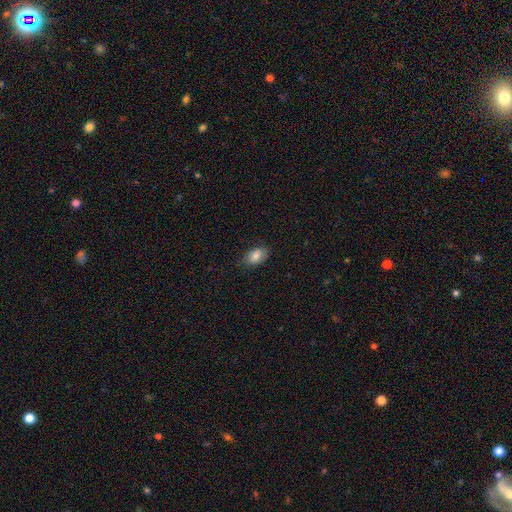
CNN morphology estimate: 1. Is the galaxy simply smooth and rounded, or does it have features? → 81% smooth, 11% featured or disk, 8% star or artifact.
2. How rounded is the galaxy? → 90% in between, 8% round, 2% cigar-shaped.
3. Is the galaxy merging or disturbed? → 80% none, 16% minor disturbance, 3% major disturbance, 1% merger.